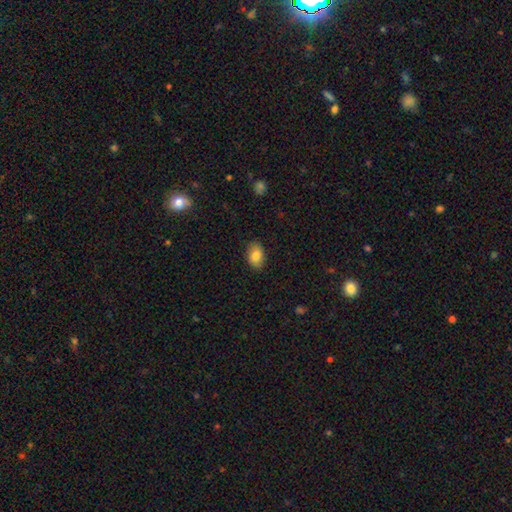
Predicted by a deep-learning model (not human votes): Smooth or featured?
  - smooth: 83% *
  - featured or disk: 9%
  - star or artifact: 8%
How rounded?
  - in between: 85% *
  - round: 14%
  - cigar-shaped: 1%
Merging?
  - none: 86% *
  - minor disturbance: 11%
  - major disturbance: 2%
  - merger: 1%